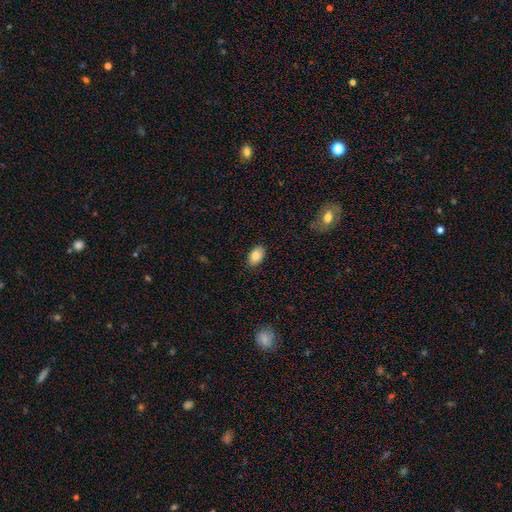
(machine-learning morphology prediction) smooth-or-featured: smooth: 86% | star or artifact: 8% | featured or disk: 7%
  how-rounded: in between: 89% | round: 10% | cigar-shaped: 1%
  merging: none: 87% | minor disturbance: 10% | major disturbance: 2% | merger: 1%